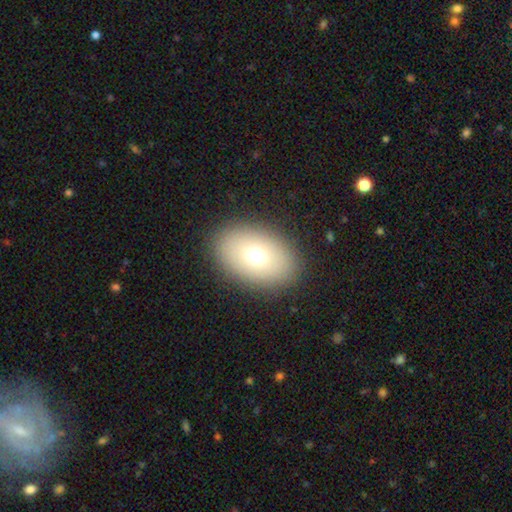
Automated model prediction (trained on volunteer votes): smooth_or_featured: smooth (p=0.70) [alt: featured or disk p=0.18]
how_rounded: in between (p=0.80) [alt: round p=0.19]
merging: none (p=0.88) [alt: minor disturbance p=0.07]